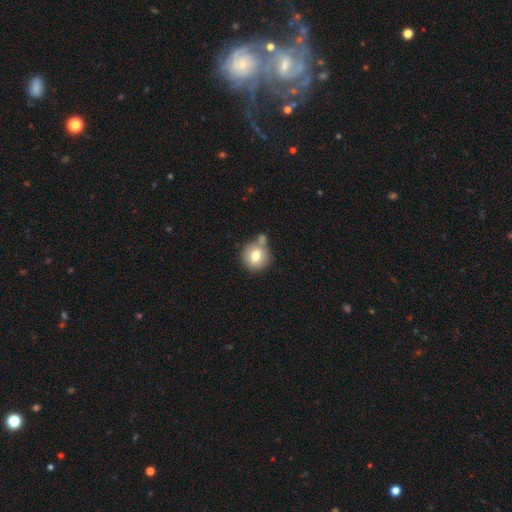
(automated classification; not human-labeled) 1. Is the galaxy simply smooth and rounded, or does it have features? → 75% smooth, 15% featured or disk, 9% star or artifact.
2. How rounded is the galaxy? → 91% round, 8% in between, 1% cigar-shaped.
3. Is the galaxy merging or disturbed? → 62% none, 21% merger, 12% minor disturbance, 4% major disturbance.